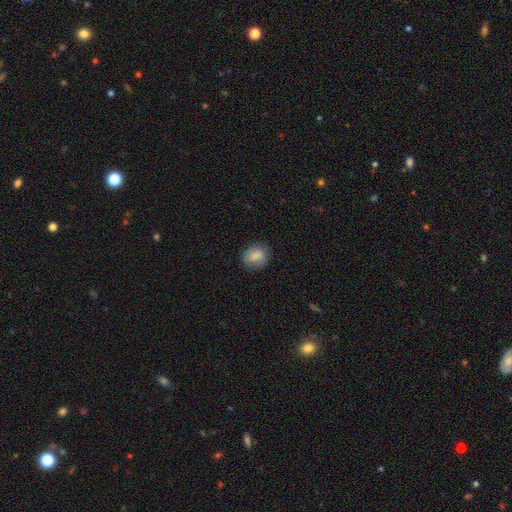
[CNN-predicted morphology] Smooth or featured? smooth (84%)
How rounded? round (52%)
Merging? none (80%)